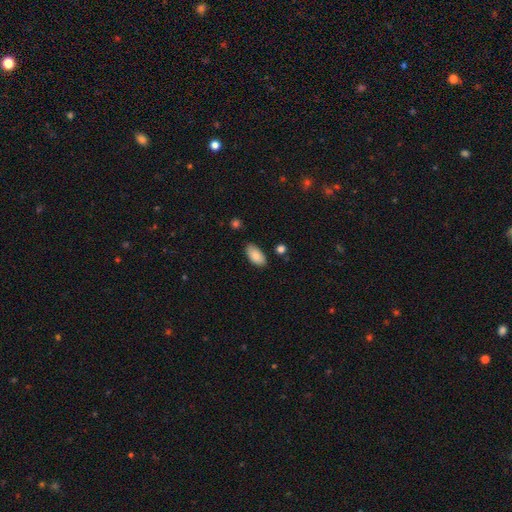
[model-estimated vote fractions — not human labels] A smooth galaxy with no disk features (87%) that is in between round and cigar-shaped (94%). Merging: none (82%).